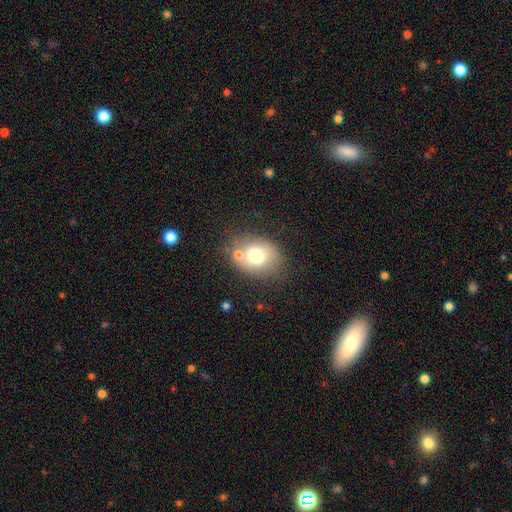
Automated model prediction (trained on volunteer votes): Smooth or featured?
  - smooth: 71% *
  - featured or disk: 18%
  - star or artifact: 11%
How rounded?
  - in between: 57% *
  - round: 42%
  - cigar-shaped: 1%
Merging?
  - none: 61% *
  - minor disturbance: 17%
  - merger: 16%
  - major disturbance: 6%